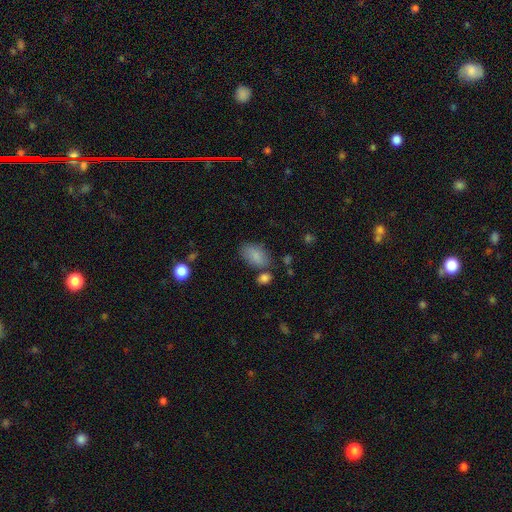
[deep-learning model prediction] Smooth or featured: smooth — 85% (star or artifact — 8%)
How rounded: in between — 92% (round — 6%)
Merging: none — 68% (minor disturbance — 18%)